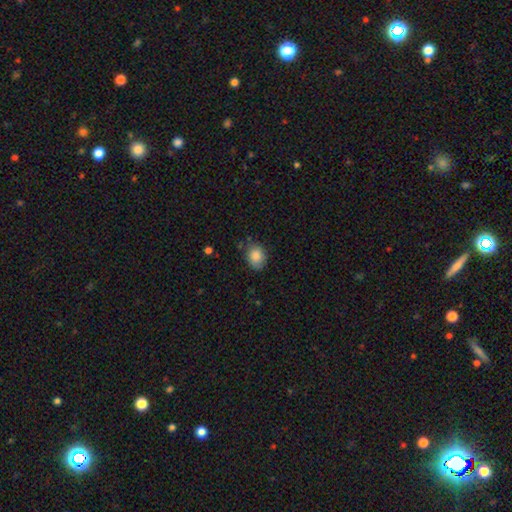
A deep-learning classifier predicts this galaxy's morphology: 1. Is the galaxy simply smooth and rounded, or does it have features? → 86% smooth, 8% star or artifact, 6% featured or disk.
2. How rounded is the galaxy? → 62% in between, 38% round, 1% cigar-shaped.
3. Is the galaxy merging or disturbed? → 75% none, 19% minor disturbance, 4% major disturbance, 2% merger.